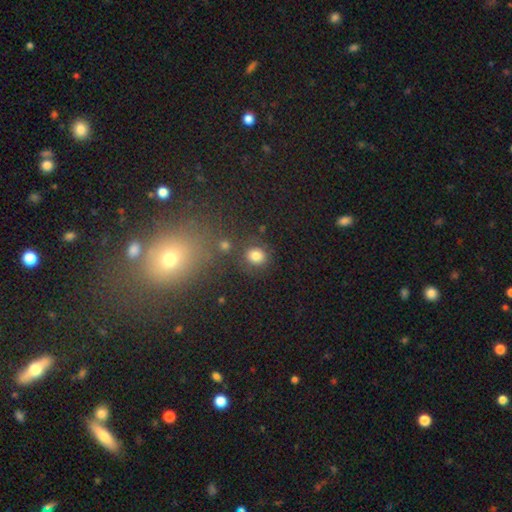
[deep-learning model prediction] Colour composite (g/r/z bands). It shows a smooth galaxy with no disk features (80%) that is round (80%). Merging: none (79%).